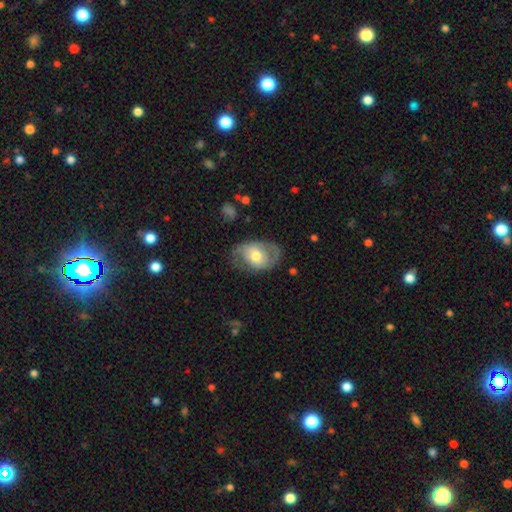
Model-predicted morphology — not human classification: The model was most divided on "smooth or featured": featured or disk: 59%, smooth: 35%, star or artifact: 6%. More confident: edge-on disk — no (94%); bulge size — moderate (71%); bar — no (68%); spiral arms — yes (67%); merging — none (62%).